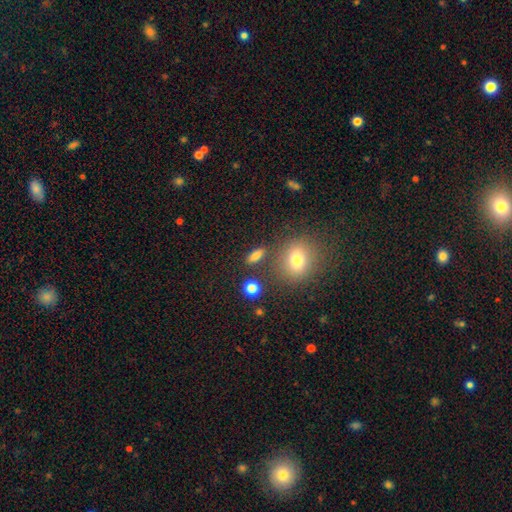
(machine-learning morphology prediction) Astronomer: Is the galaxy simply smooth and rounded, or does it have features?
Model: smooth — 77%.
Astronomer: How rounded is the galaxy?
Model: in between — 58%.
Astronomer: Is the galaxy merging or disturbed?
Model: none — 80%.